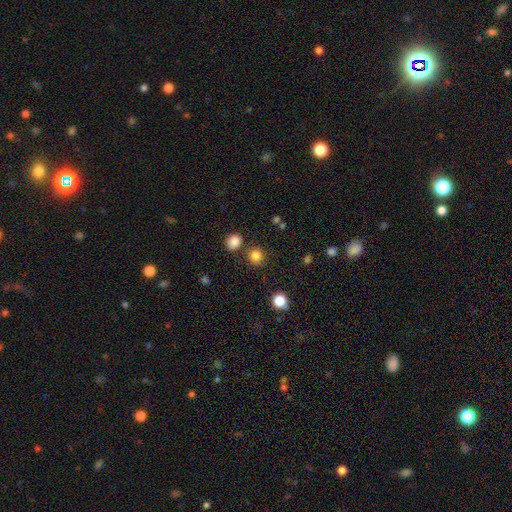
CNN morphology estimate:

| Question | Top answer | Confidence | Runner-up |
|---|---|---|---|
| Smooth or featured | smooth | 83% | star or artifact (13%) |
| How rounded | round | 89% | in between (10%) |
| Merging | none | 80% | merger (9%) |